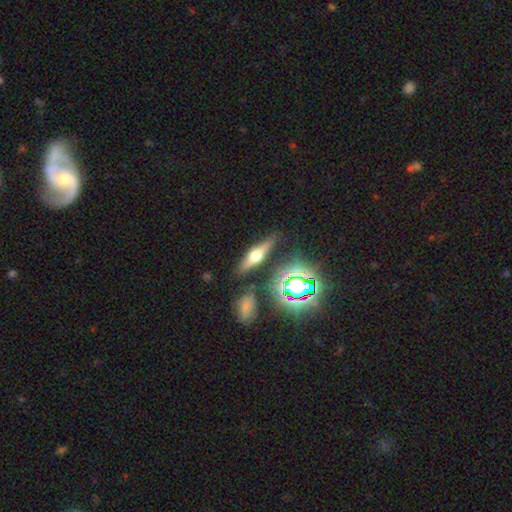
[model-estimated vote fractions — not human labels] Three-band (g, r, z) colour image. It shows a featured or disk galaxy (58%) viewed edge-on (93%) with a rounded central bulge (94%). Merging: none (82%).